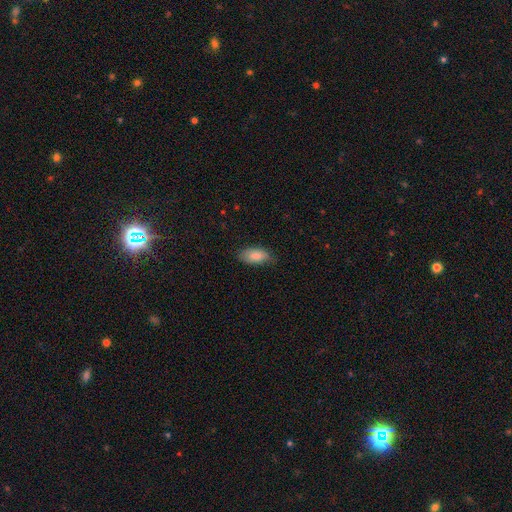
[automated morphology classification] Q: Smooth or featured?
A: smooth (86%); runner-up: featured or disk (8%)
Q: How rounded?
A: in between (92%); runner-up: cigar-shaped (5%)
Q: Merging?
A: none (75%); runner-up: minor disturbance (20%)